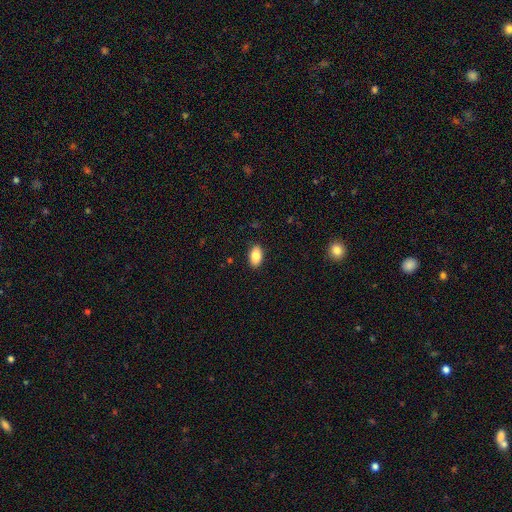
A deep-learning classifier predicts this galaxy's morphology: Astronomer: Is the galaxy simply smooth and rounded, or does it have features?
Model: smooth — 85%.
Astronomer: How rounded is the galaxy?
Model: in between — 92%.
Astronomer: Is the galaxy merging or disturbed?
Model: none — 89%.